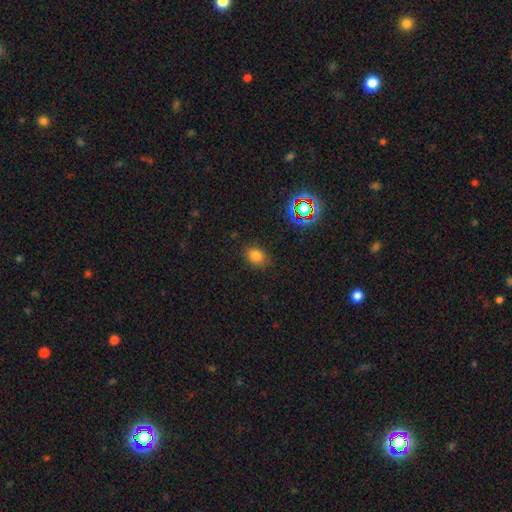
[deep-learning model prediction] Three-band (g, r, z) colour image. It shows a smooth galaxy with no disk features (77%) that is in between round and cigar-shaped (59%). Merging: none (83%).